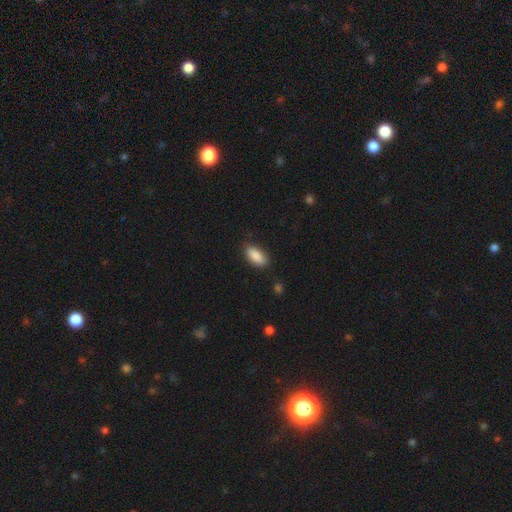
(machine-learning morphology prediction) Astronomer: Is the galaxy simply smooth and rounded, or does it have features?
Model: smooth — 89%.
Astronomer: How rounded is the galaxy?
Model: in between — 87%.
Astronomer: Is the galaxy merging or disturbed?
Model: none — 86%.